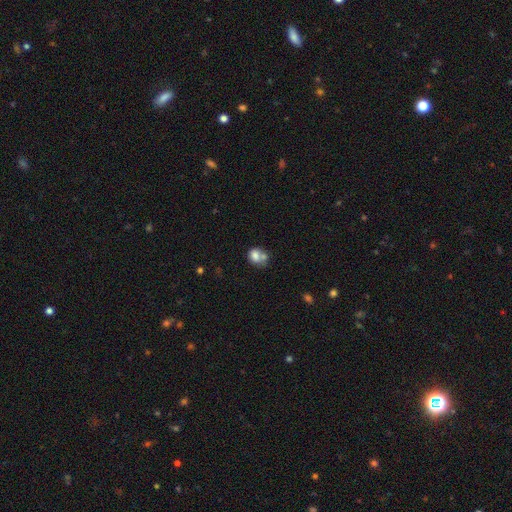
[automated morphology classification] type=smooth (74%); roundness=round (55%); merging=merger (49%).